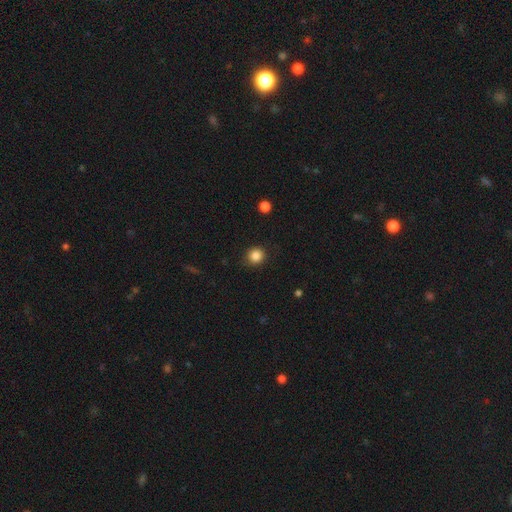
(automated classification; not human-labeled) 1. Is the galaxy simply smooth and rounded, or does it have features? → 85% smooth, 11% star or artifact, 4% featured or disk.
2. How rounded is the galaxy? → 89% round, 10% in between, 1% cigar-shaped.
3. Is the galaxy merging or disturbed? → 88% none, 9% minor disturbance, 2% major disturbance, 1% merger.